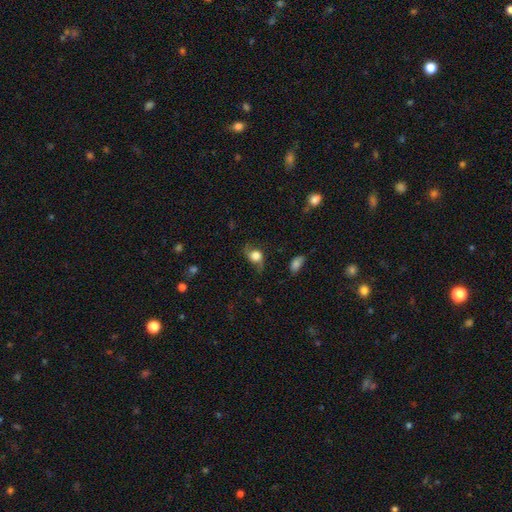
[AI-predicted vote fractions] This appears to be a smooth galaxy with no disk features (47%). Merging: none (62%).